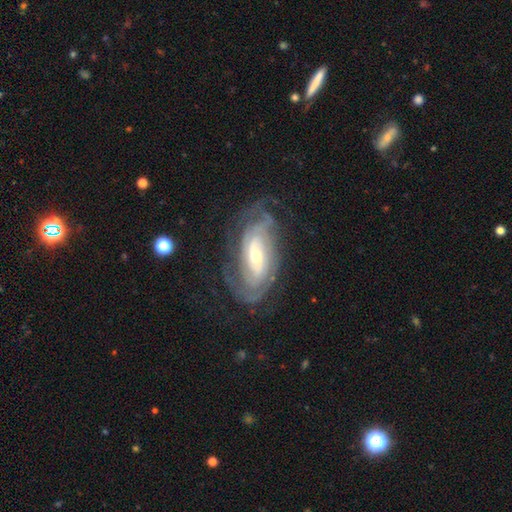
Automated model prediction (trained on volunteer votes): A featured or disk galaxy (86%) with a weak bar (39%), tight (66%) spiral arms (94%) and a small central bulge (49%). Merging: none (68%).